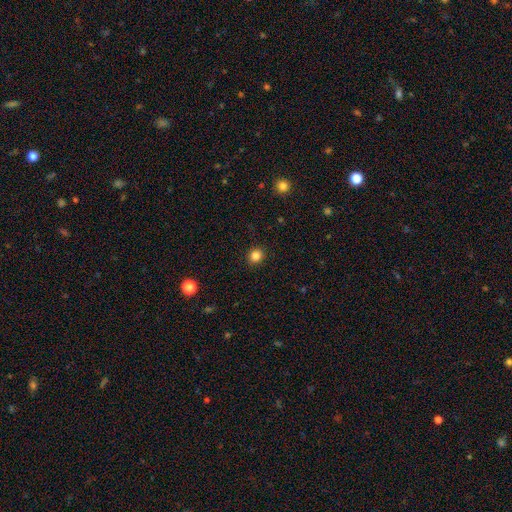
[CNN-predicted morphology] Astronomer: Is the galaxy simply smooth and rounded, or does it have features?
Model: smooth — 84%.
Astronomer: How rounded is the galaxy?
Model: round — 86%.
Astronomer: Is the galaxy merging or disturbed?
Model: none — 91%.